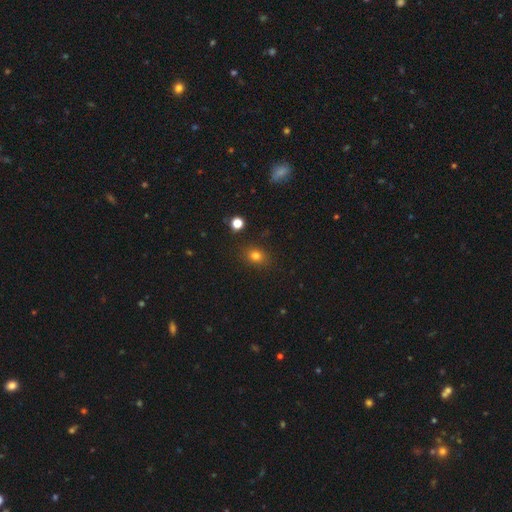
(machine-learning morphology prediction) Smooth or featured? smooth (78%)
How rounded? round (56%)
Merging? none (86%)